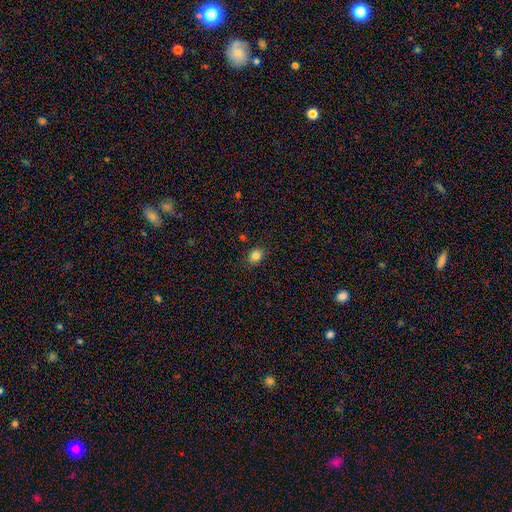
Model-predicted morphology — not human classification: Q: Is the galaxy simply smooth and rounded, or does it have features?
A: smooth — 83%.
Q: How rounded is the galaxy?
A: round — 66%.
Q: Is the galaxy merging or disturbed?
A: none — 85%.